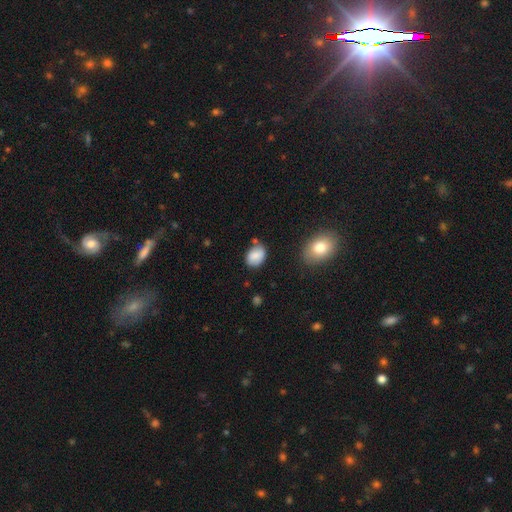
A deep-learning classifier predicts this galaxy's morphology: smooth-or-featured: smooth: 83% | featured or disk: 9% | star or artifact: 8%
  how-rounded: in between: 73% | round: 26% | cigar-shaped: 1%
  merging: none: 67% | minor disturbance: 22% | merger: 6% | major disturbance: 5%